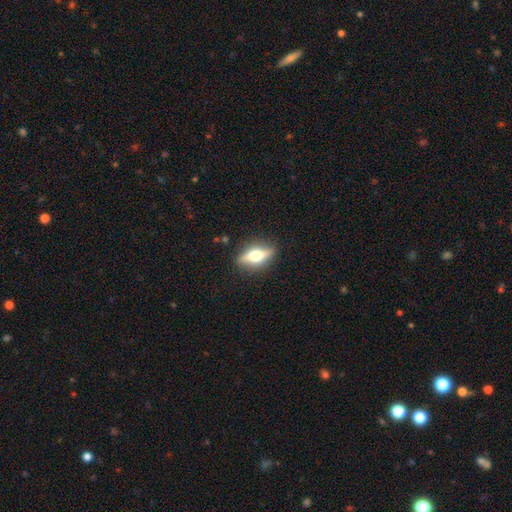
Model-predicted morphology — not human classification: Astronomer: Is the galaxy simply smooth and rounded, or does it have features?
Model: featured or disk — 55% (runner-up: smooth, 38%).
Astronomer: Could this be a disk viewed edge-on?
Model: yes — 87%.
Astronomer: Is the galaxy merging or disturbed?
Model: none — 87%.